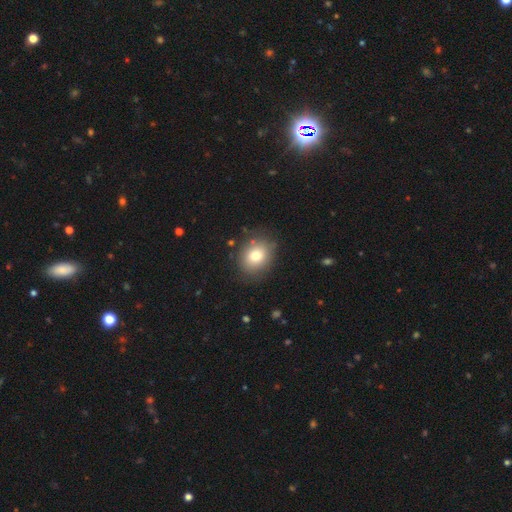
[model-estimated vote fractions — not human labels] smooth 77%, featured or disk 12%, star or artifact 11%. Down the decision tree: how rounded — round (61%); merging — none (83%).